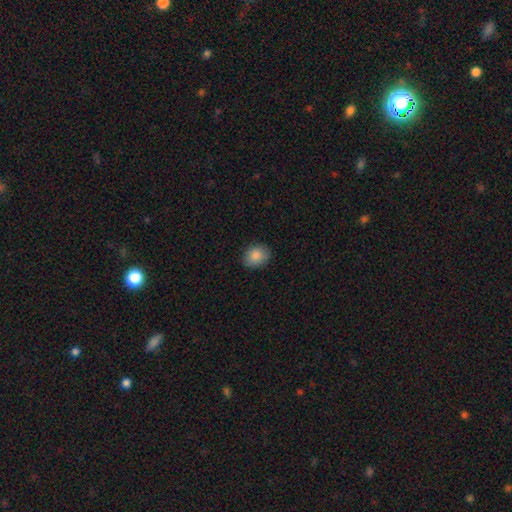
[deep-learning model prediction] A smooth galaxy with no disk features (88%) that is in between round and cigar-shaped (58%).

Vote fractions:
- Smooth or featured? smooth: 88% / star or artifact: 8% / featured or disk: 4%
- How rounded? in between: 58% / round: 41% / cigar-shaped: 1%
- Merging? none: 86% / minor disturbance: 11% / major disturbance: 2% / merger: 1%